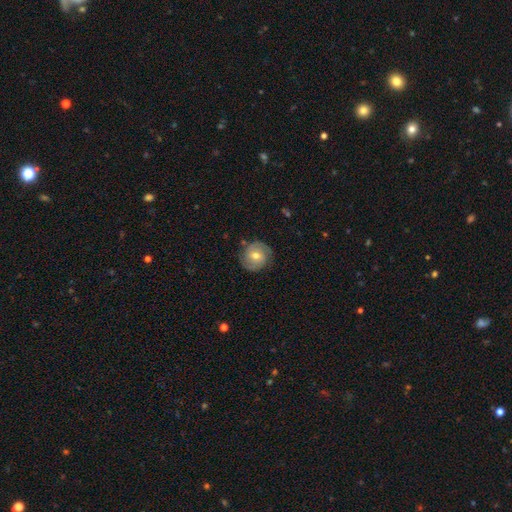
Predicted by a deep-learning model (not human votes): Smooth or featured? featured or disk (58%)
Edge-on disk? no (97%)
Bar? no (52%)
Spiral arms? yes (84%)
Bulge size? moderate (68%)
Merging? none (82%)